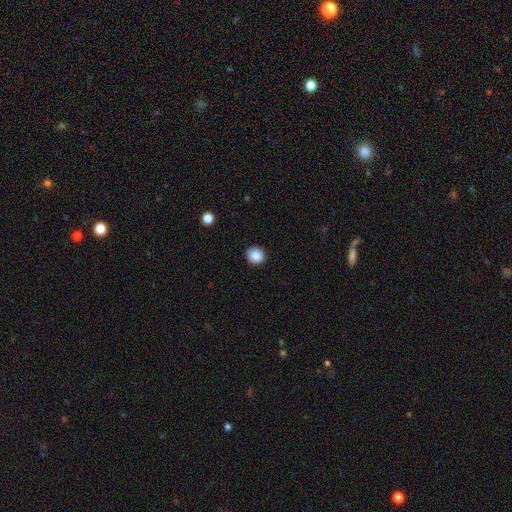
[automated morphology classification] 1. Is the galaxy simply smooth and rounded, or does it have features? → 87% smooth, 9% star or artifact, 4% featured or disk.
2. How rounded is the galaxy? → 88% round, 11% in between, 1% cigar-shaped.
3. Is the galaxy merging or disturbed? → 90% none, 7% minor disturbance, 2% major disturbance, 1% merger.